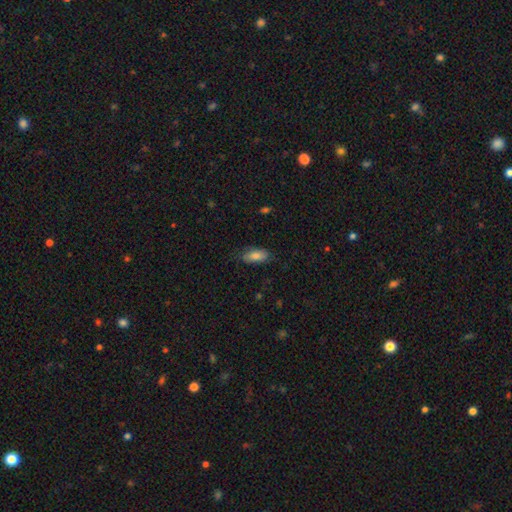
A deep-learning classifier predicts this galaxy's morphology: A smooth galaxy with no disk features (81%) that is in between round and cigar-shaped (87%).

Vote fractions:
- Smooth or featured? smooth: 81% / featured or disk: 13% / star or artifact: 7%
- How rounded? in between: 87% / cigar-shaped: 11% / round: 2%
- Merging? none: 72% / minor disturbance: 21% / major disturbance: 5% / merger: 1%